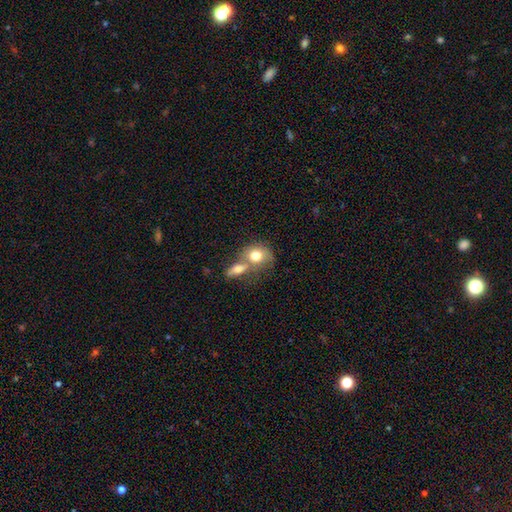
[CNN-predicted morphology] This is likely a smooth galaxy (75%). How rounded: possibly round (54%). Merging: possibly merger (57%).